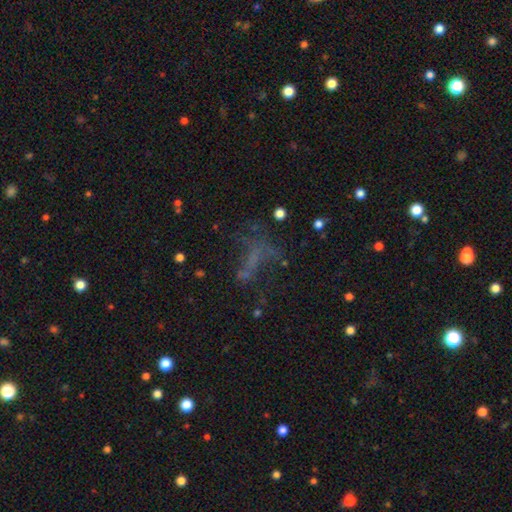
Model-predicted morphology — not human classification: Smooth or featured? star or artifact (35%)